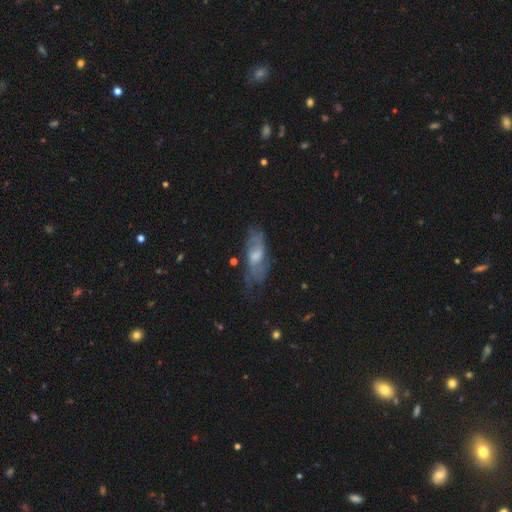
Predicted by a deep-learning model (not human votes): Smooth or featured? featured or disk (64%)
Edge-on disk? no (81%)
Bar? no (50%)
Spiral arms? yes (76%)
Bulge size? moderate (54%)
Merging? none (61%)